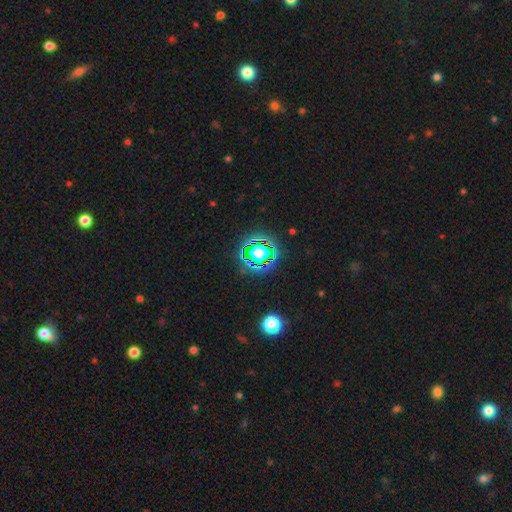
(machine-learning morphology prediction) Smooth or featured? Predicted: star or artifact (p=0.81).